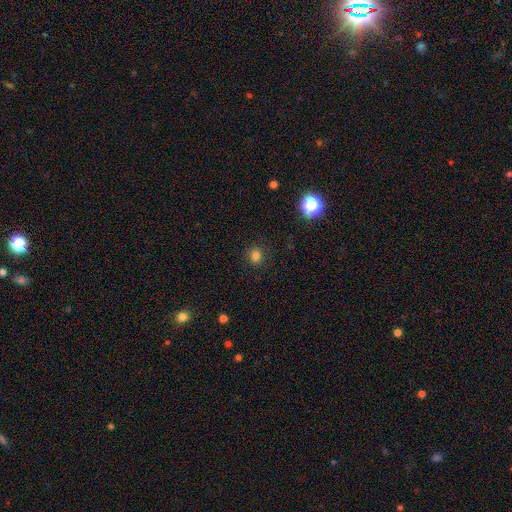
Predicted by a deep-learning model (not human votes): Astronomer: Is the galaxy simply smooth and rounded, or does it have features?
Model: smooth — 80%.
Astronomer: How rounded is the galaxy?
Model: round — 79%.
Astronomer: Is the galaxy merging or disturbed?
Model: none — 88%.